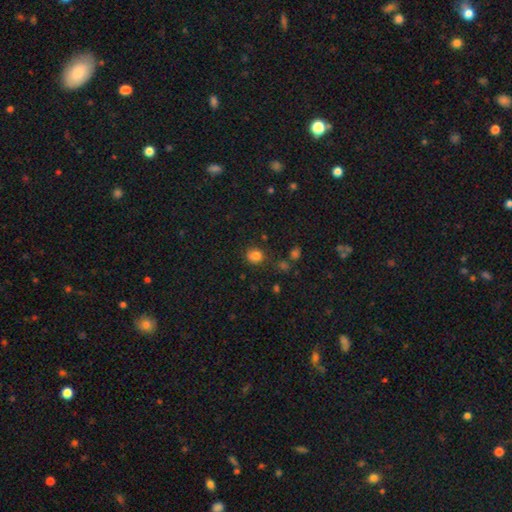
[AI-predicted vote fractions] Smooth or featured?
  - smooth: 81% *
  - star or artifact: 13%
  - featured or disk: 6%
How rounded?
  - round: 76% *
  - in between: 23%
  - cigar-shaped: 1%
Merging?
  - none: 74% *
  - minor disturbance: 17%
  - merger: 5%
  - major disturbance: 5%